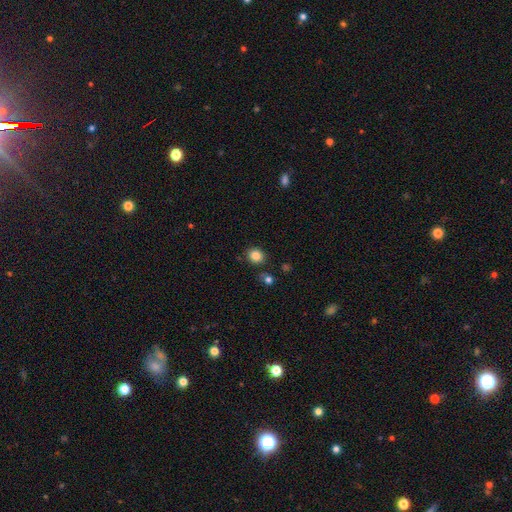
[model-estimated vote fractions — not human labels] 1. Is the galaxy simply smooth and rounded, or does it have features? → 84% smooth, 11% star or artifact, 5% featured or disk.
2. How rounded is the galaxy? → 69% round, 30% in between, 1% cigar-shaped.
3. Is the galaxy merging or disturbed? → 84% none, 10% minor disturbance, 4% merger, 3% major disturbance.